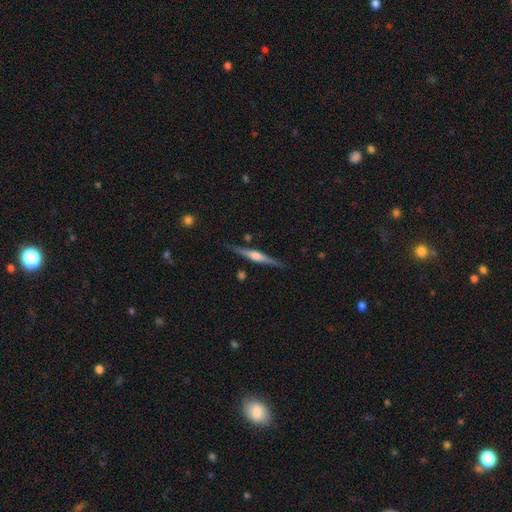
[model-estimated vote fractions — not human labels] Smooth or featured: featured or disk — 72% (smooth — 22%)
Edge-on disk: yes — 98% (no — 2%)
Edge-on bulge: rounded — 80% (boxy — 13%)
Merging: none — 85% (minor disturbance — 10%)